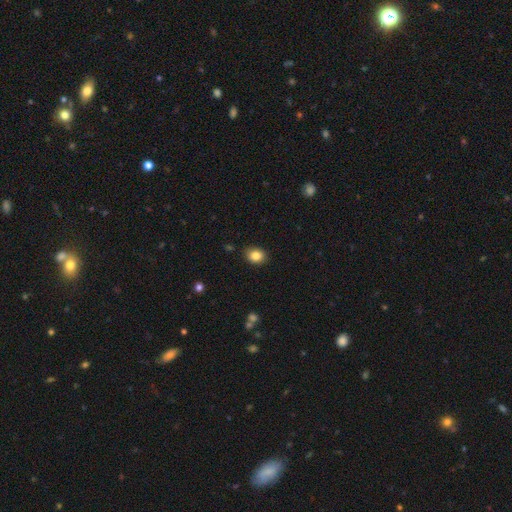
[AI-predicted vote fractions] Smooth or featured: smooth — 84% (star or artifact — 10%)
How rounded: round — 54% (in between — 45%)
Merging: none — 88% (minor disturbance — 9%)